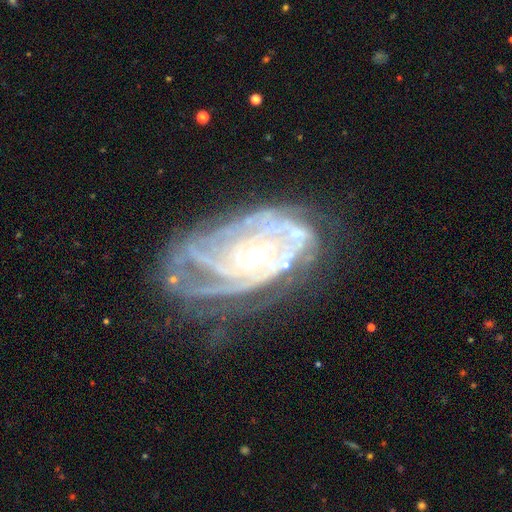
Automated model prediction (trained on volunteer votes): Smooth or featured?
  - featured or disk: 87% *
  - star or artifact: 7%
  - smooth: 6%
Edge-on disk?
  - no: 95% *
  - yes: 5%
Bar?
  - no: 72% *
  - weak: 21%
  - strong: 7%
Spiral arms?
  - yes: 94% *
  - no: 6%
Spiral winding?
  - tight: 71% *
  - medium: 23%
  - loose: 6%
Spiral arm count?
  - can't tell: 35% *
  - 3: 19%
  - 4: 16%
  - 2: 14%
  - more than 4: 10%
  - 1: 6%
Bulge size?
  - small: 60% *
  - moderate: 36%
  - large: 2%
  - none: 1%
  - dominant: 1%
Merging?
  - none: 51% *
  - minor disturbance: 26%
  - major disturbance: 20%
  - merger: 4%